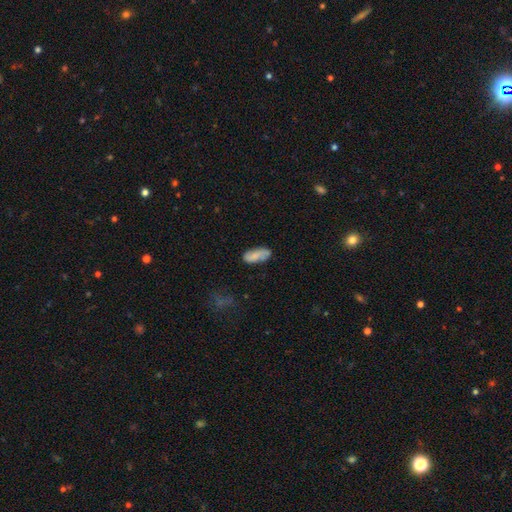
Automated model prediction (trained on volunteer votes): A smooth galaxy with no disk features (73%) that is in between round and cigar-shaped (85%).

Vote fractions:
- Smooth or featured? smooth: 73% / featured or disk: 20% / star or artifact: 7%
- How rounded? in between: 85% / cigar-shaped: 12% / round: 2%
- Merging? none: 70% / minor disturbance: 21% / major disturbance: 5% / merger: 4%